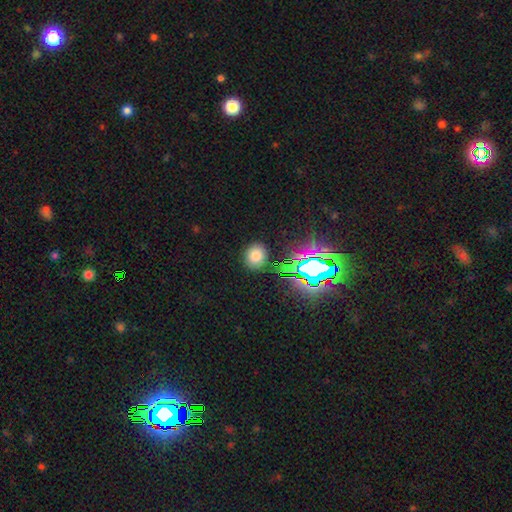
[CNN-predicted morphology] smooth_or_featured: smooth (p=0.72) [alt: star or artifact p=0.20]
how_rounded: round (p=0.74) [alt: in between p=0.25]
merging: none (p=0.87) [alt: minor disturbance p=0.09]